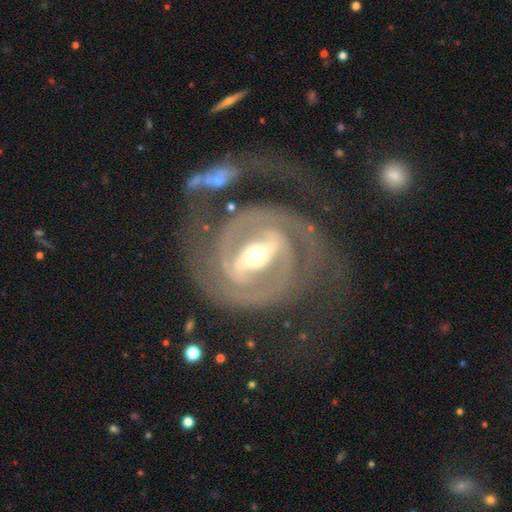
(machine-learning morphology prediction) smooth_or_featured: featured or disk (p=0.91) [alt: smooth p=0.05]
disk_edge_on: no (p=0.96) [alt: yes p=0.04]
bar: strong (p=0.74) [alt: weak p=0.19]
has_spiral_arms: yes (p=0.94) [alt: no p=0.06]
spiral_winding: tight (p=0.58) [alt: medium p=0.33]
spiral_arm_count: 2 (p=0.83) [alt: can't tell p=0.06]
bulge_size: moderate (p=0.61) [alt: small p=0.30]
merging: none (p=0.62) [alt: major disturbance p=0.16]